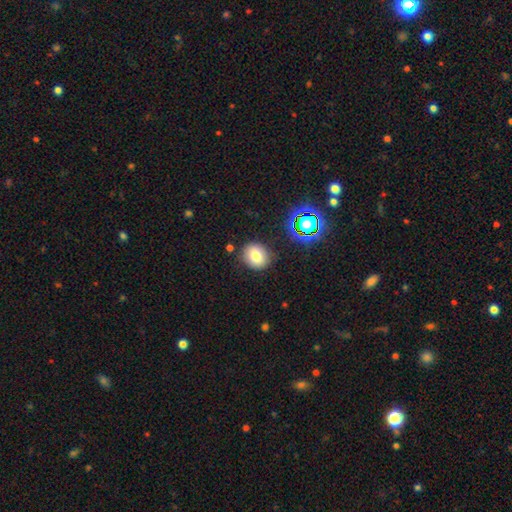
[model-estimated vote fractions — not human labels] The model was most divided on "how rounded": round: 70%, in between: 29%, cigar-shaped: 1%. More confident: merging — none (84%); smooth or featured — smooth (76%).